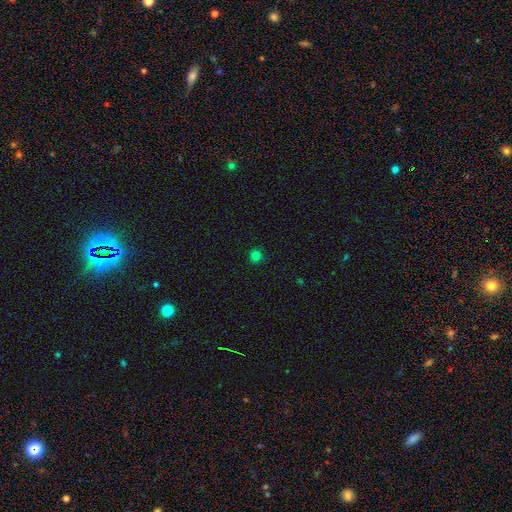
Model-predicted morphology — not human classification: Overall: smooth (80%). How rounded: round (95%). Merging: none (92%).